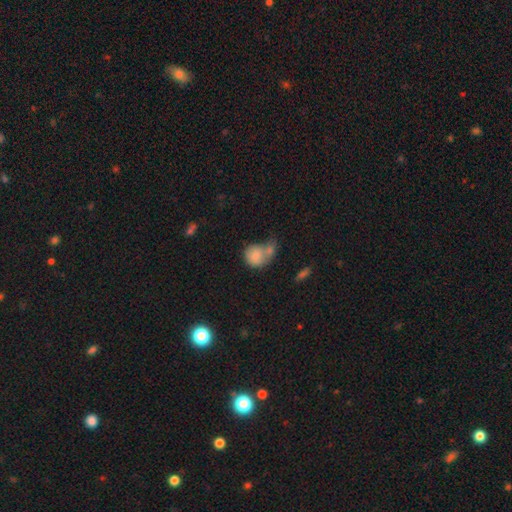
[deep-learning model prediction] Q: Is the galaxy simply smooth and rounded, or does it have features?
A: smooth — 79%.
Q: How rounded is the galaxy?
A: round — 72%.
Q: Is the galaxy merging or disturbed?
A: merger — 55%.